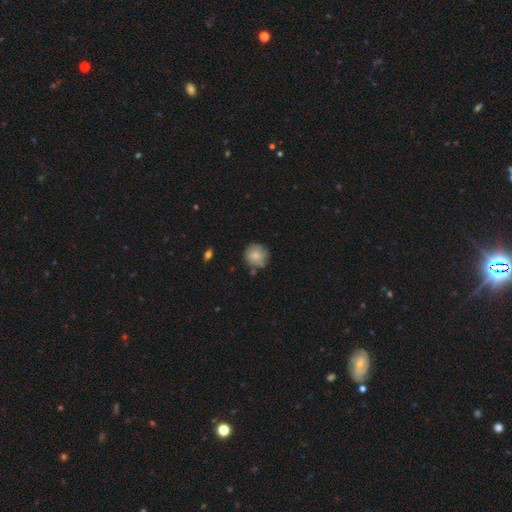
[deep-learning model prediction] The model was most divided on "merging": none: 75%, minor disturbance: 18%, major disturbance: 4%, merger: 3%. More confident: how rounded — round (91%); smooth or featured — smooth (78%).